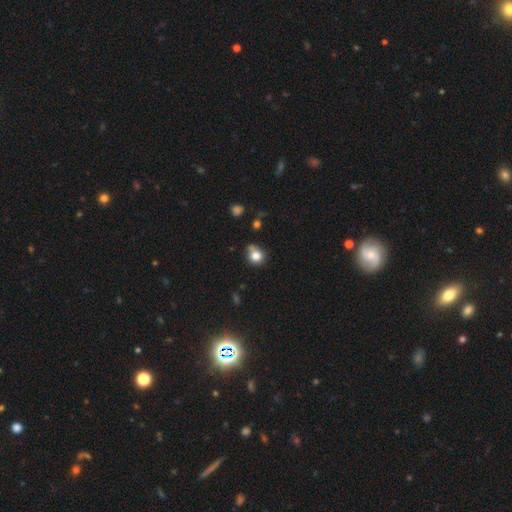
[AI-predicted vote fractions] Q: Smooth or featured?
A: smooth (79%); runner-up: star or artifact (12%)
Q: How rounded?
A: round (78%); runner-up: in between (21%)
Q: Merging?
A: none (54%); runner-up: minor disturbance (26%)